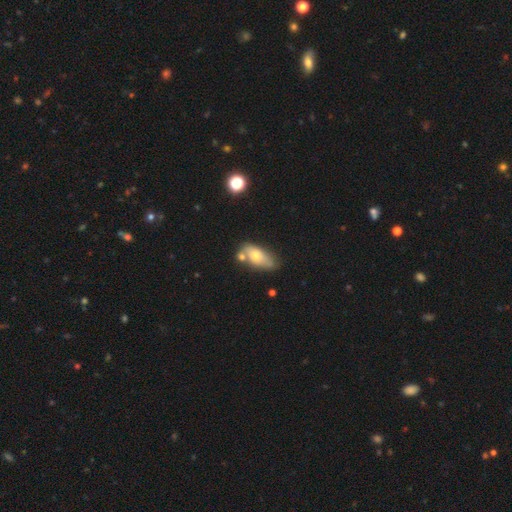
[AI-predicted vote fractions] Smooth or featured? smooth (62%)
How rounded? in between (85%)
Merging? none (48%)